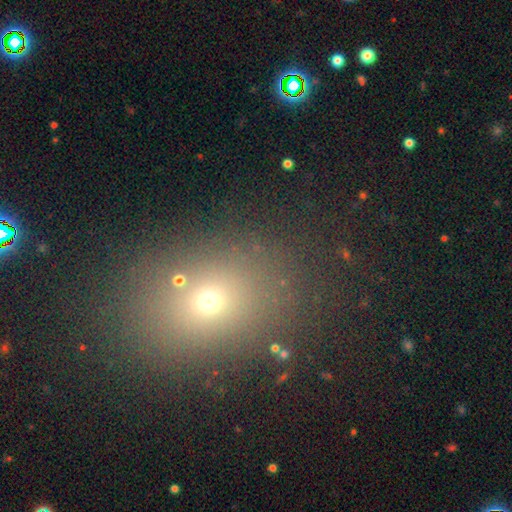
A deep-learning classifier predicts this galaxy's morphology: smooth-or-featured: smooth: 60% | star or artifact: 28% | featured or disk: 12%
  how-rounded: in between: 57% | round: 42% | cigar-shaped: 1%
  merging: none: 81% | minor disturbance: 10% | major disturbance: 5% | merger: 5%